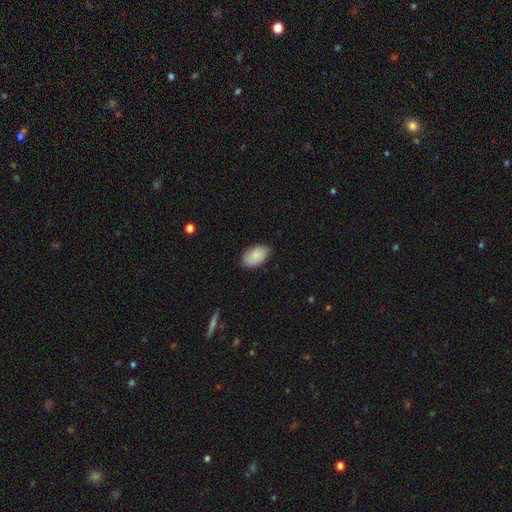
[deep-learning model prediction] smooth 84%, featured or disk 10%, star or artifact 6%. Down the decision tree: how rounded — in between (92%); merging — none (81%).